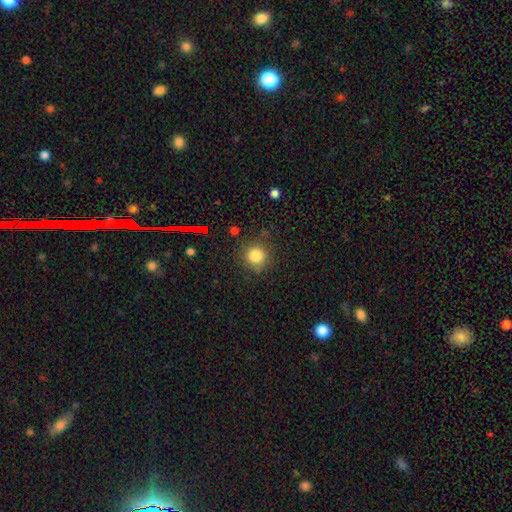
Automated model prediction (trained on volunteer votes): This appears to be a smooth galaxy with no disk features (83%) that is round (92%). Merging: none (83%).